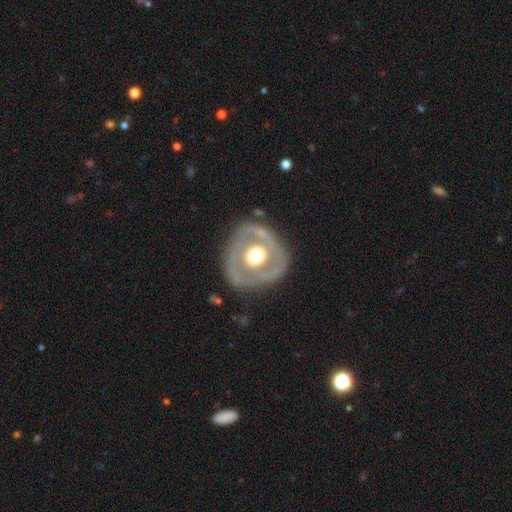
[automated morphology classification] Smooth or featured?
  - featured or disk: 66% *
  - smooth: 29%
  - star or artifact: 5%
Edge-on disk?
  - no: 95% *
  - yes: 5%
Bar?
  - no: 85% *
  - weak: 11%
  - strong: 4%
Spiral arms?
  - no: 73% *
  - yes: 27%
Bulge size?
  - moderate: 60% *
  - large: 32%
  - small: 5%
  - dominant: 2%
  - none: 1%
Merging?
  - none: 76% *
  - minor disturbance: 14%
  - major disturbance: 8%
  - merger: 2%